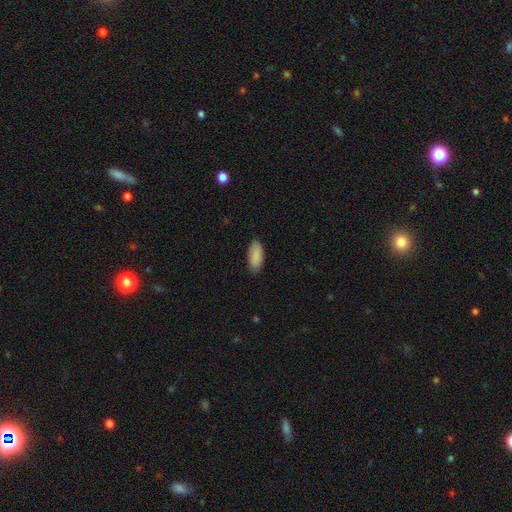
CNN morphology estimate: type=smooth (90%); roundness=in between (86%); merging=none (85%).